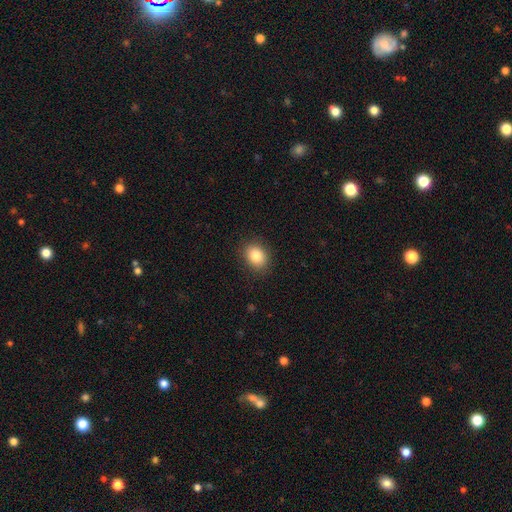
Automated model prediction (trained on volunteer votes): Smooth or featured?
  - smooth: 84% *
  - star or artifact: 9%
  - featured or disk: 7%
How rounded?
  - in between: 50% *
  - round: 49%
  - cigar-shaped: 1%
Merging?
  - none: 88% *
  - minor disturbance: 8%
  - major disturbance: 2%
  - merger: 1%